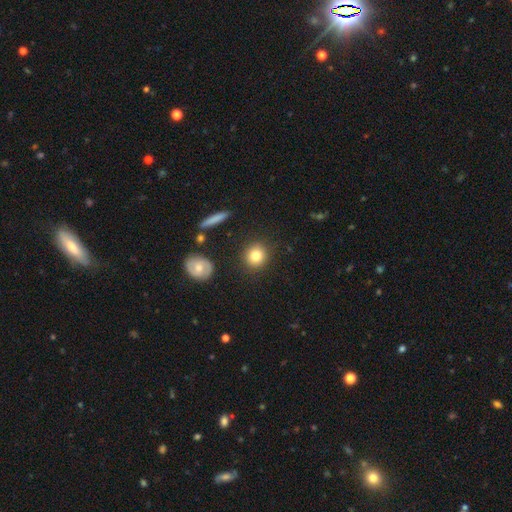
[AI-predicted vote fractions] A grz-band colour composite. It shows a smooth galaxy with no disk features (83%) that is round (86%). Merging: none (88%).